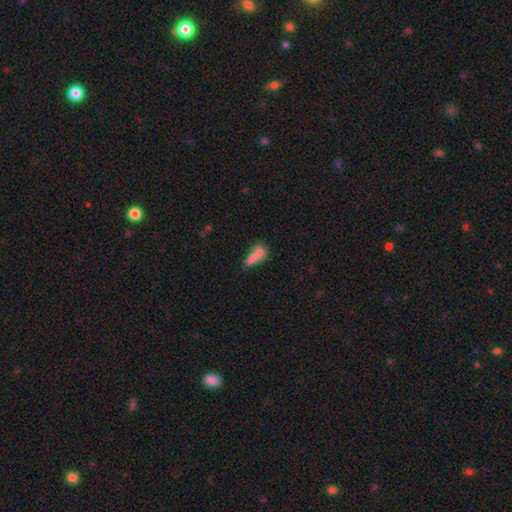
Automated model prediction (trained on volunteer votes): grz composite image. It shows a smooth galaxy with no disk features (79%) that is cigar-shaped (55%). Merging: none (46%).